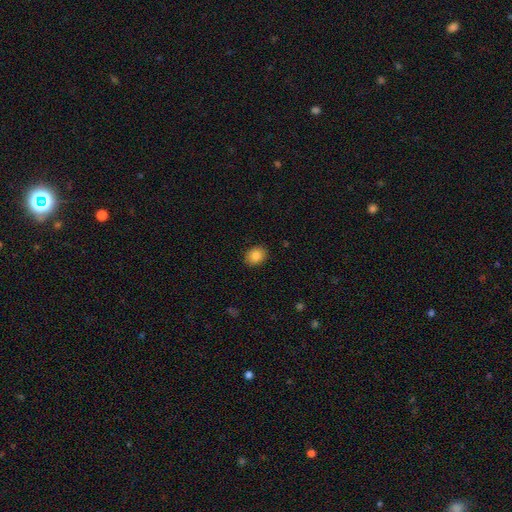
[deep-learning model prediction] Smooth or featured? Predicted: smooth (p=0.85). How rounded? Predicted: round (p=0.50). Merging? Predicted: none (p=0.89).